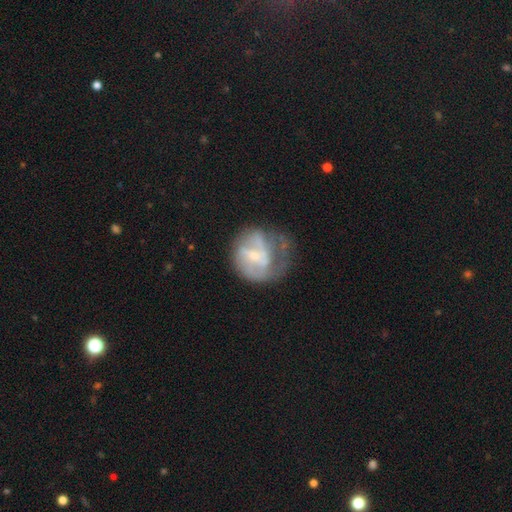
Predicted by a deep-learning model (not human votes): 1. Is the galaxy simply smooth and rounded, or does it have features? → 60% featured or disk, 32% smooth, 8% star or artifact.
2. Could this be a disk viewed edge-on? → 98% no, 2% yes.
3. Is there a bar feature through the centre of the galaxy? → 44% weak, 43% no, 13% strong.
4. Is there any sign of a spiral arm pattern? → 55% yes, 45% no.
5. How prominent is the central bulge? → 45% small, 30% moderate, 21% none, 4% large, 1% dominant.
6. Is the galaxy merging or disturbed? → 36% none, 35% major disturbance, 26% minor disturbance, 4% merger.